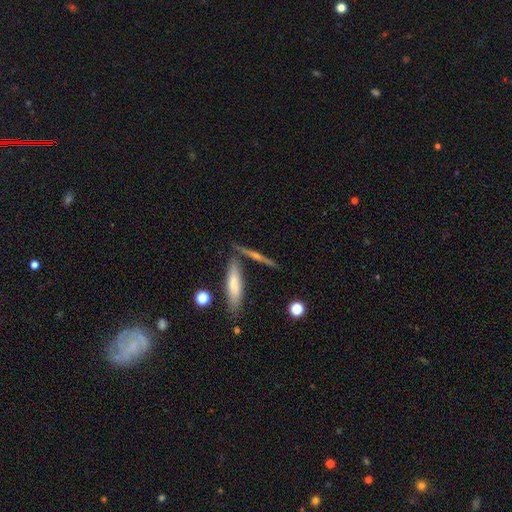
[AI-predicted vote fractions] Overall: featured or disk (55%; smooth 36%). Edge-on disk: yes (93%). Edge-on bulge: rounded (61%; none 29%). Merging: none (73%).